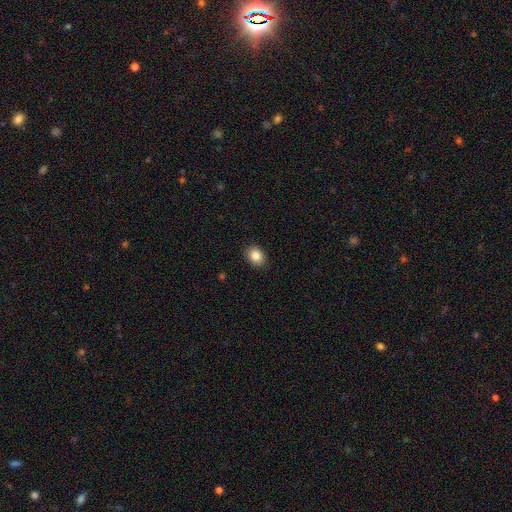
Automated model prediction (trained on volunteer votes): Smooth or featured? Predicted: smooth (p=0.87). How rounded? Predicted: in between (p=0.59). Merging? Predicted: none (p=0.89).